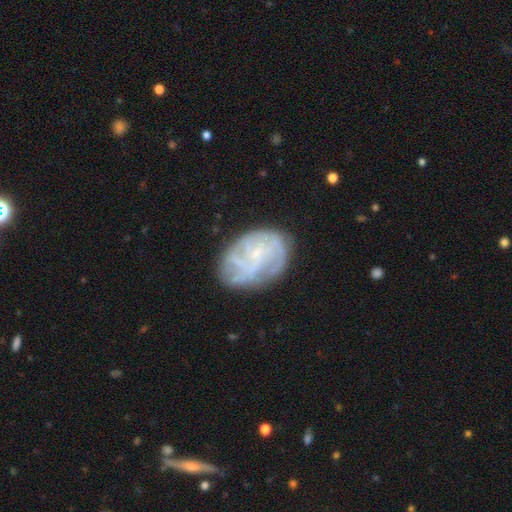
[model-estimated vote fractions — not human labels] Smooth or featured?
  - featured or disk: 73% *
  - smooth: 19%
  - star or artifact: 8%
Edge-on disk?
  - no: 98% *
  - yes: 2%
Bar?
  - no: 66% *
  - weak: 30%
  - strong: 5%
Spiral arms?
  - yes: 85% *
  - no: 15%
Spiral winding?
  - tight: 51% *
  - medium: 35%
  - loose: 14%
Spiral arm count?
  - can't tell: 41% *
  - 4: 19%
  - 3: 16%
  - 2: 11%
  - more than 4: 7%
  - 1: 6%
Bulge size?
  - small: 72% *
  - none: 14%
  - moderate: 12%
  - large: 1%
  - dominant: 1%
Merging?
  - none: 68% *
  - minor disturbance: 20%
  - major disturbance: 9%
  - merger: 2%